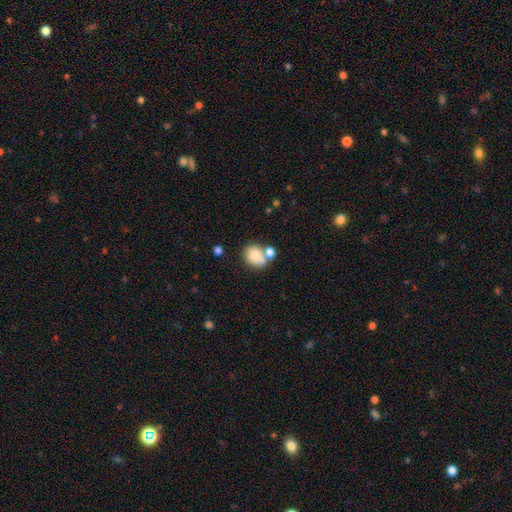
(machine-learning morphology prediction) smooth-or-featured: smooth: 78% | featured or disk: 13% | star or artifact: 9%
  how-rounded: round: 59% | in between: 40% | cigar-shaped: 1%
  merging: merger: 42% | none: 40% | minor disturbance: 12% | major disturbance: 6%